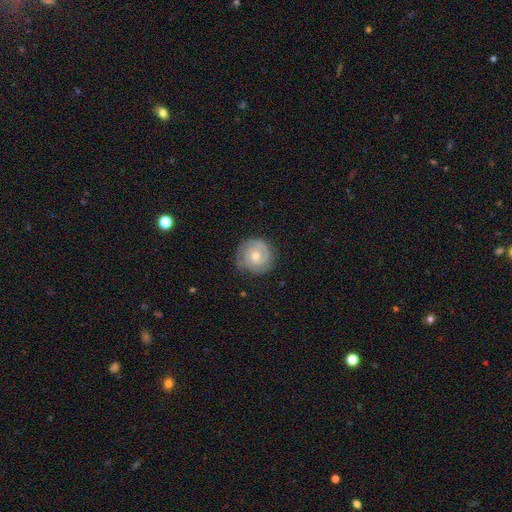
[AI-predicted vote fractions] smooth_or_featured: featured or disk (p=0.66) [alt: smooth p=0.27]
disk_edge_on: no (p=0.98) [alt: yes p=0.02]
bar: no (p=0.79) [alt: weak p=0.18]
has_spiral_arms: yes (p=0.87) [alt: no p=0.13]
spiral_winding: tight (p=0.74) [alt: medium p=0.20]
spiral_arm_count: 2 (p=0.40) [alt: can't tell p=0.31]
bulge_size: moderate (p=0.57) [alt: small p=0.39]
merging: none (p=0.79) [alt: minor disturbance p=0.16]